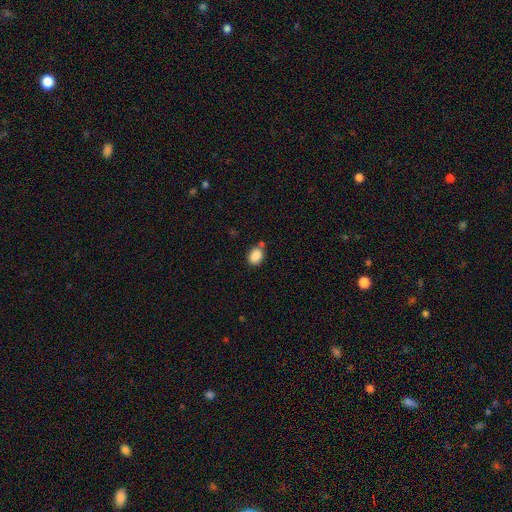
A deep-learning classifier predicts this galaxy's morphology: smooth_or_featured: smooth (p=0.87) [alt: star or artifact p=0.08]
how_rounded: in between (p=0.62) [alt: round p=0.37]
merging: none (p=0.67) [alt: minor disturbance p=0.18]